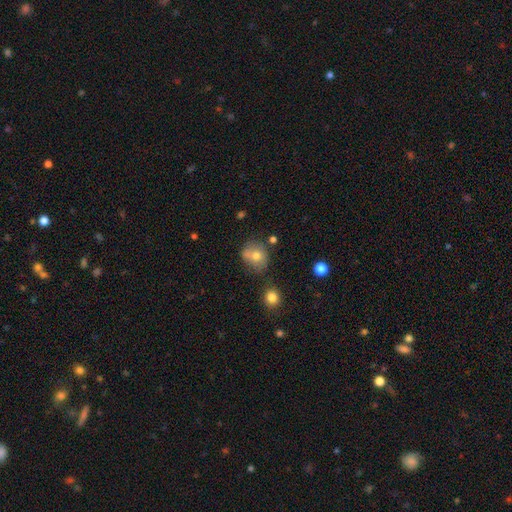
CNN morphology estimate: smooth_or_featured: smooth (p=0.72) [alt: featured or disk p=0.17]
how_rounded: round (p=0.70) [alt: in between p=0.29]
merging: none (p=0.55) [alt: minor disturbance p=0.20]